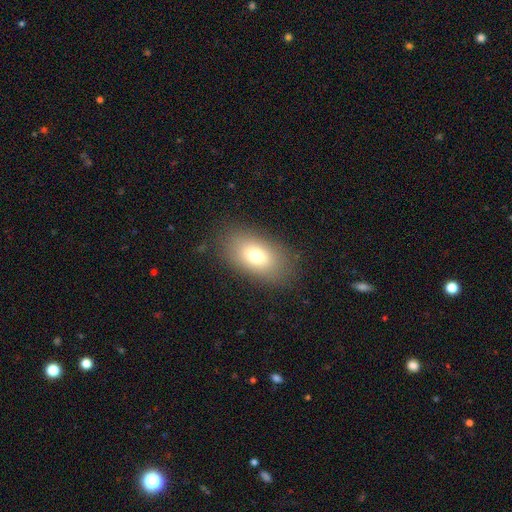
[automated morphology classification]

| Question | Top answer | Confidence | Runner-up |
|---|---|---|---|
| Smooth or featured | smooth | 73% | featured or disk (16%) |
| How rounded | in between | 88% | round (9%) |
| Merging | none | 84% | minor disturbance (10%) |